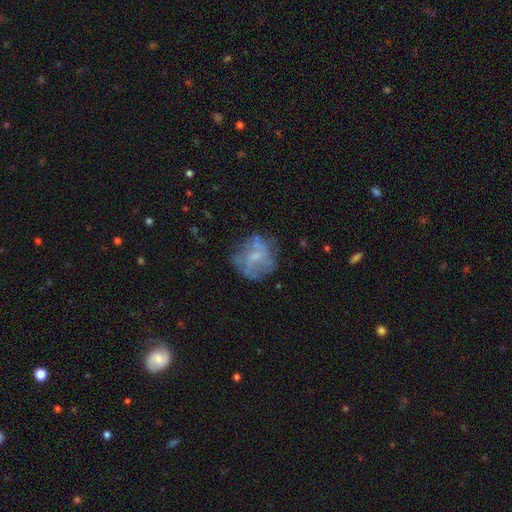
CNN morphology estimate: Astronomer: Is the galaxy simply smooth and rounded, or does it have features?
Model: featured or disk — 53% (runner-up: smooth, 36%).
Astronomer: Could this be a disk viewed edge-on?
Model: no — 97%.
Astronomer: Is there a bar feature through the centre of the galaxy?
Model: no — 63%.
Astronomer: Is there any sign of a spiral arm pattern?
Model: no — 60% (runner-up: yes, 40%).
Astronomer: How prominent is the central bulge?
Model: small — 37% (runner-up: none, 33%).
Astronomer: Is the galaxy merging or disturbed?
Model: none — 62%.